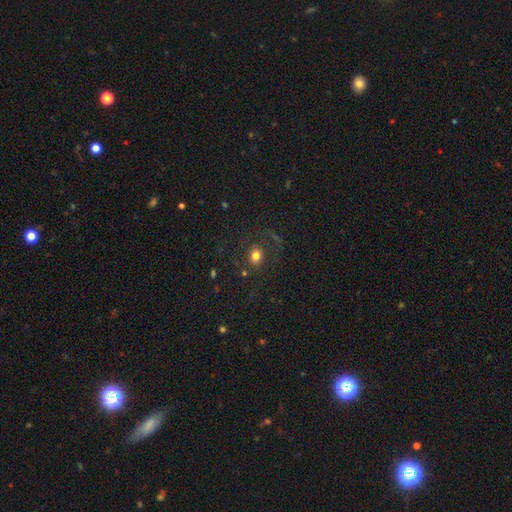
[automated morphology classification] Smooth or featured? Predicted: smooth (p=0.67). How rounded? Predicted: round (p=0.69). Merging? Predicted: none (p=0.72).